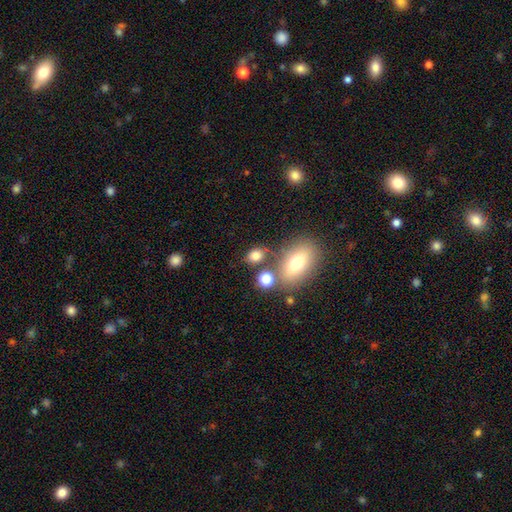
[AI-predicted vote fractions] Overall: smooth (78%). How rounded: in between (61%; round 37%). Merging: none (68%).